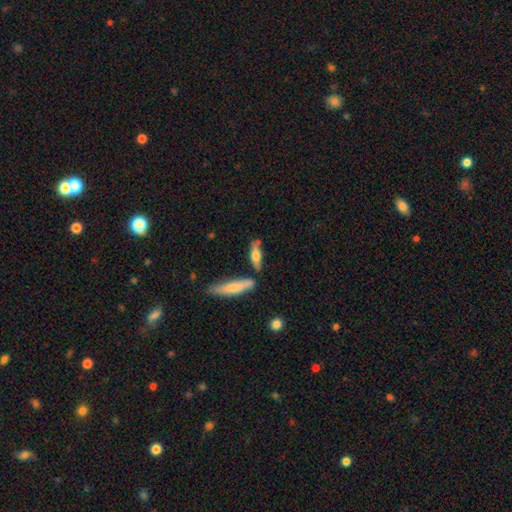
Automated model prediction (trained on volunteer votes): Overall: smooth (56%; featured or disk 38%). How rounded: cigar-shaped (64%; in between 33%). Merging: none (67%).